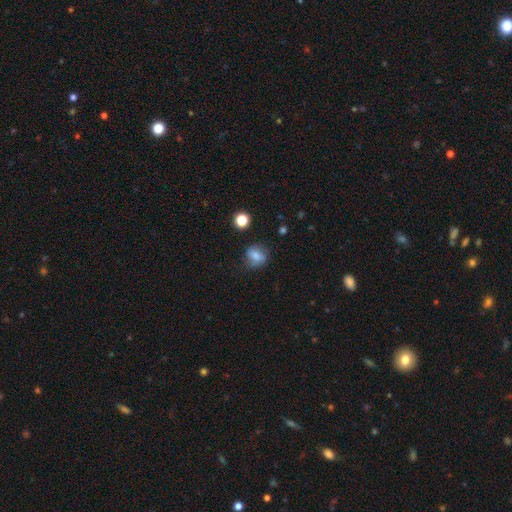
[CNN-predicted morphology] Smooth or featured? Predicted: smooth (p=0.71). How rounded? Predicted: round (p=0.58). Merging? Predicted: none (p=0.68).